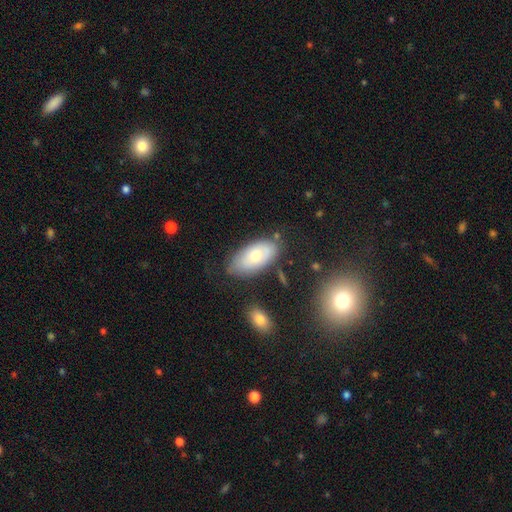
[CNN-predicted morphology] smooth 59%, featured or disk 34%, star or artifact 8%. Down the decision tree: how rounded — in between (93%); merging — none (73%).